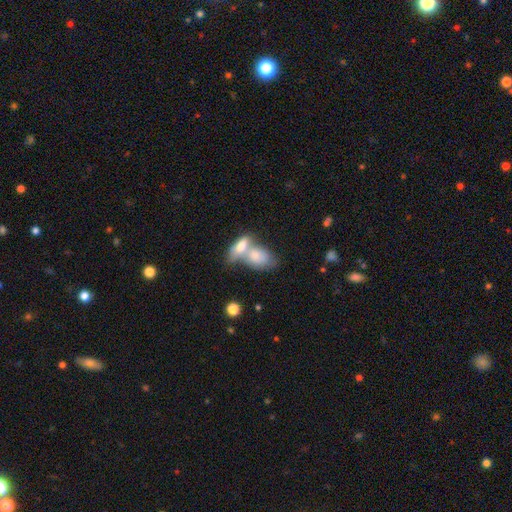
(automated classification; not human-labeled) Q: Smooth or featured?
A: smooth (75%); runner-up: featured or disk (18%)
Q: How rounded?
A: in between (88%); runner-up: round (7%)
Q: Merging?
A: merger (67%); runner-up: none (20%)